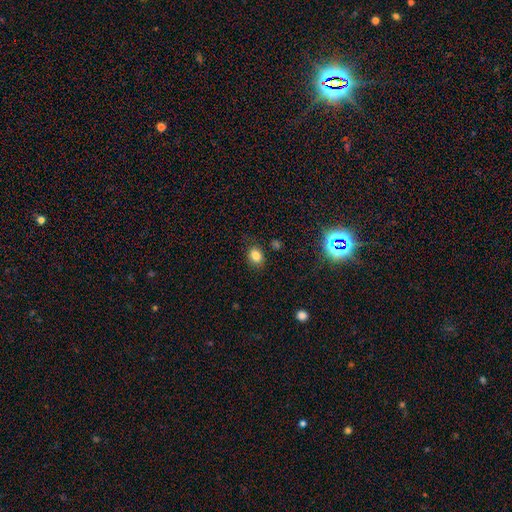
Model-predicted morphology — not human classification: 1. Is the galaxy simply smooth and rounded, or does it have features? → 80% smooth, 13% star or artifact, 7% featured or disk.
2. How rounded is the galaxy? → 50% round, 49% in between, 1% cigar-shaped.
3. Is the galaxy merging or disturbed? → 81% none, 13% minor disturbance, 3% major disturbance, 2% merger.